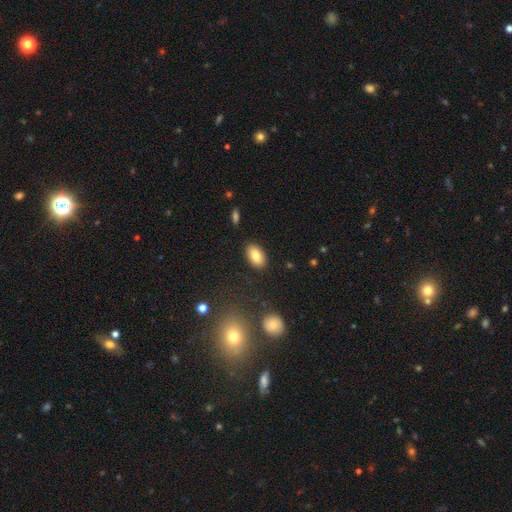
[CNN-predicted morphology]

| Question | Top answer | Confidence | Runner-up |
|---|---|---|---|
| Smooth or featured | smooth | 81% | featured or disk (11%) |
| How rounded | in between | 92% | round (6%) |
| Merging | none | 87% | minor disturbance (9%) |